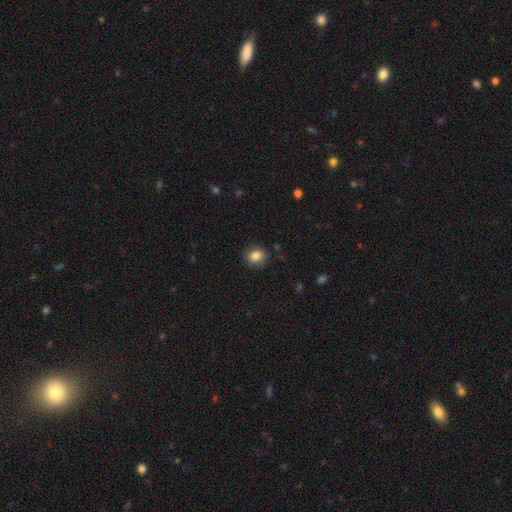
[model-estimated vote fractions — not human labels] This is clearly a smooth galaxy (84%). How rounded: likely round (66%). Merging: clearly none (84%).